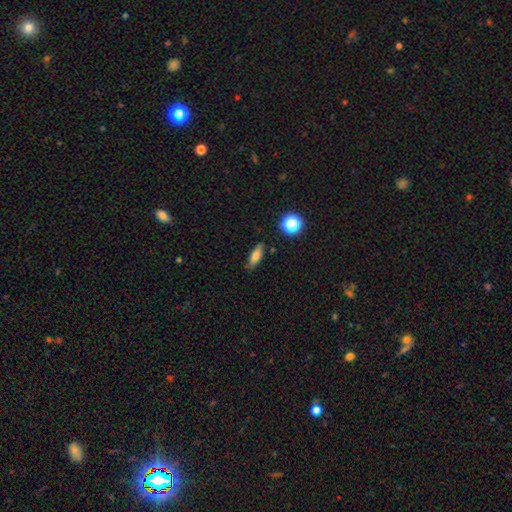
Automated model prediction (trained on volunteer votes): smooth-or-featured: smooth: 74% | featured or disk: 16% | star or artifact: 10%
  how-rounded: in between: 51% | cigar-shaped: 43% | round: 5%
  merging: none: 82% | minor disturbance: 13% | major disturbance: 3% | merger: 2%